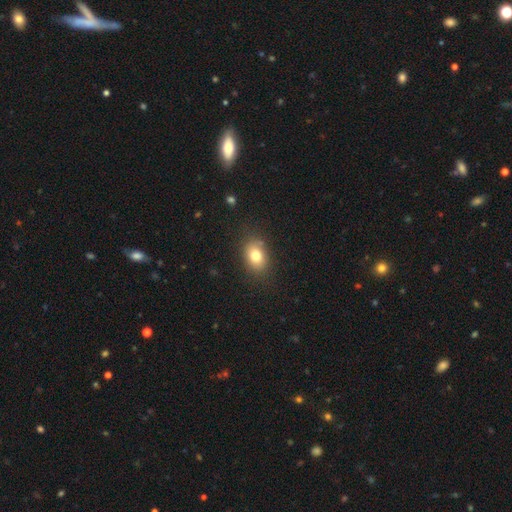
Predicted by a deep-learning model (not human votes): Smooth or featured: smooth — 78% (featured or disk — 12%)
How rounded: in between — 69% (round — 29%)
Merging: none — 80% (minor disturbance — 14%)